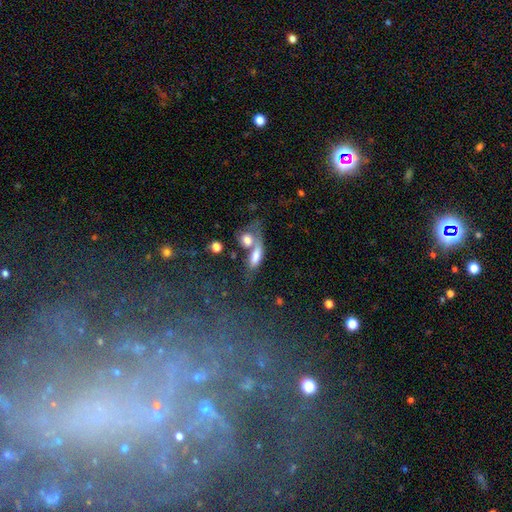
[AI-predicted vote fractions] This appears to be a smooth galaxy with no disk features (70%) that is in between round and cigar-shaped (59%). Merging: merger (49%).